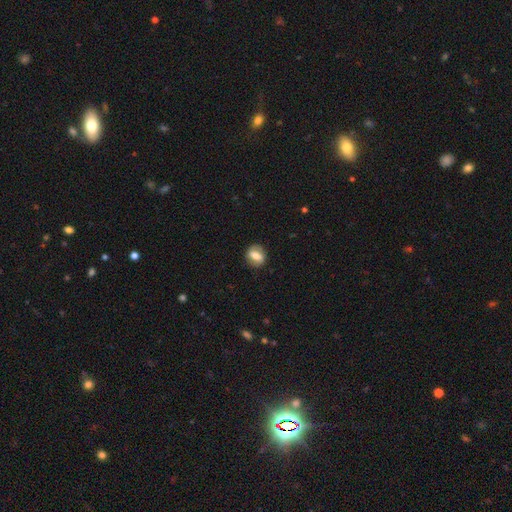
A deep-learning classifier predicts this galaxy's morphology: Smooth or featured? smooth (56%)
How rounded? in between (50%)
Merging? none (83%)